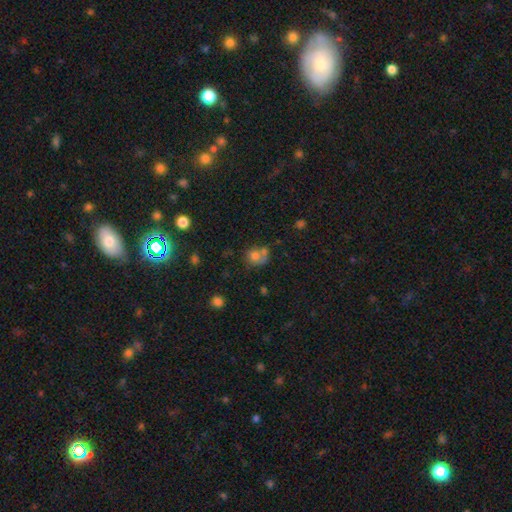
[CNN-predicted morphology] Overall: smooth (70%). How rounded: round (75%). Merging: none (39%; merger 37%).